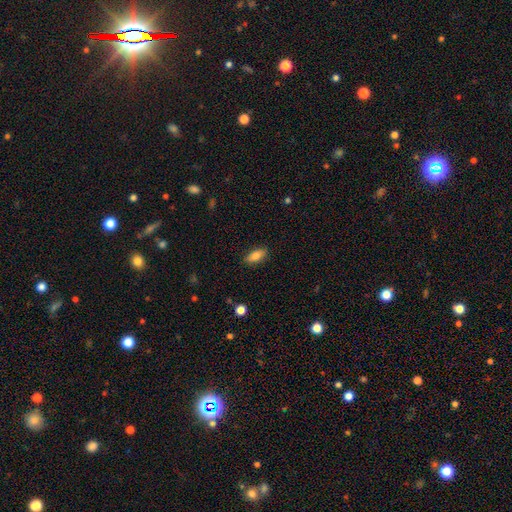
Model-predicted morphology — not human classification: This appears to be a smooth galaxy with no disk features (79%) that is in between round and cigar-shaped (81%). Merging: none (86%).